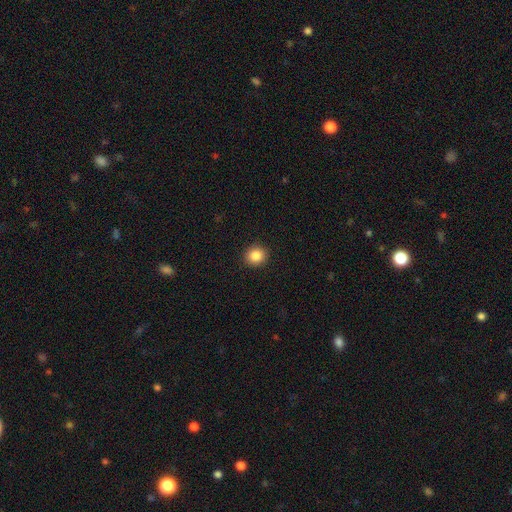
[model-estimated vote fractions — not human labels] Smooth or featured? Predicted: smooth (p=0.86). How rounded? Predicted: round (p=0.86). Merging? Predicted: none (p=0.92).